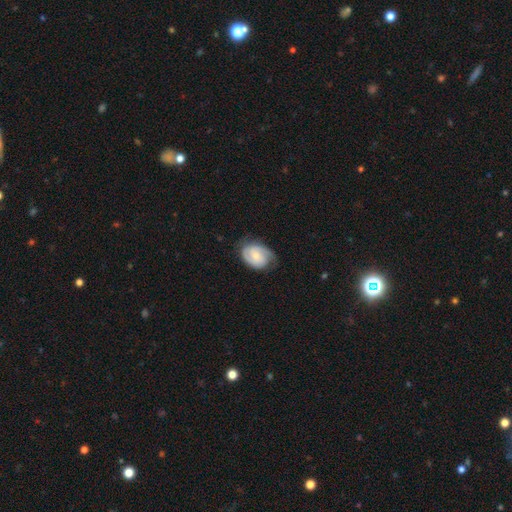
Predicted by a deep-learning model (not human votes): Smooth or featured? featured or disk (71%)
Edge-on disk? no (97%)
Bar? no (54%)
Spiral arms? yes (94%)
Spiral winding? tight (50%)
Spiral arm count? 2 (74%)
Bulge size? small (56%)
Merging? none (68%)